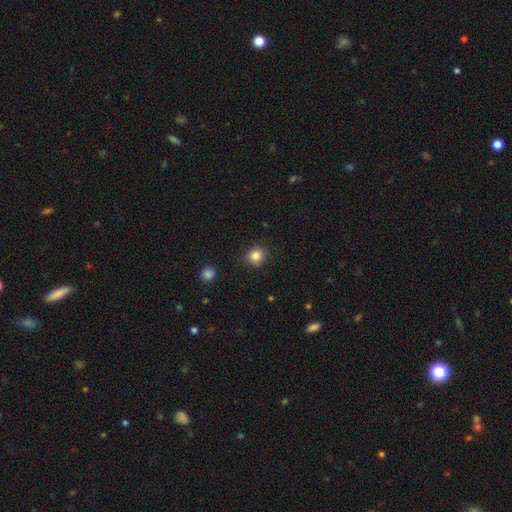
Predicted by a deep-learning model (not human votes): This is clearly a smooth galaxy (85%). How rounded: clearly round (89%). Merging: clearly none (89%).